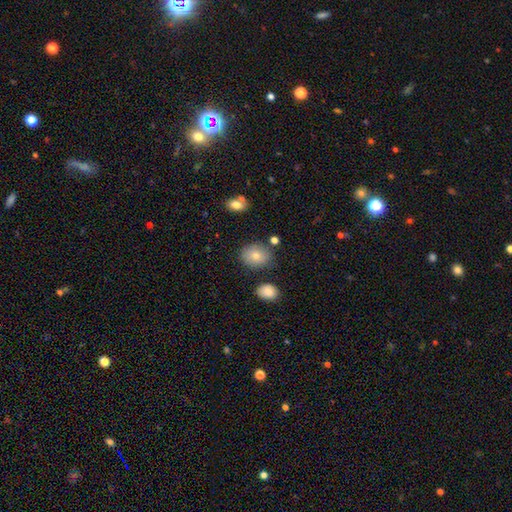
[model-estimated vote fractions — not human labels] This appears to be a smooth galaxy with no disk features (75%) that is round (52%). Merging: none (80%).